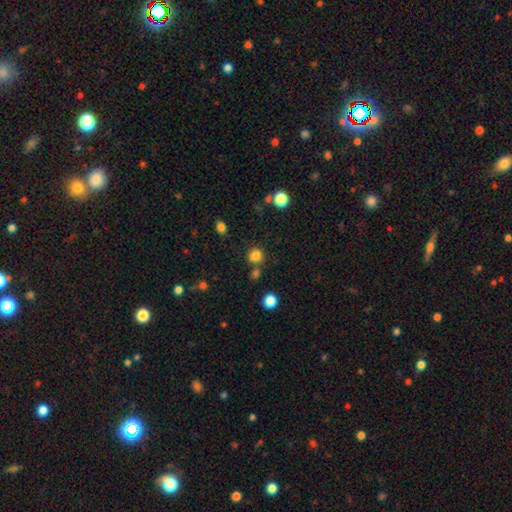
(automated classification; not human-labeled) This is clearly a smooth galaxy (80%). How rounded: clearly round (83%). Merging: likely none (69%).